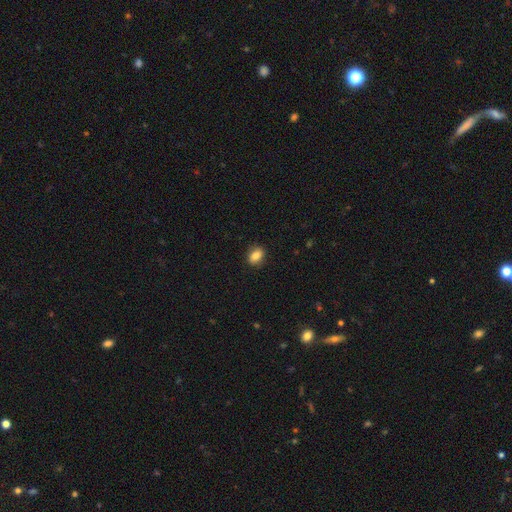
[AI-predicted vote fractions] The model was most divided on "how rounded": in between: 67%, round: 31%, cigar-shaped: 2%. More confident: merging — none (87%); smooth or featured — smooth (84%).